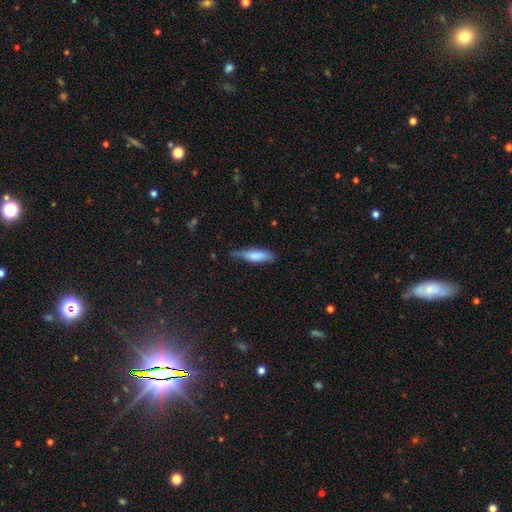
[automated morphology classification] smooth-or-featured: smooth: 76% | featured or disk: 18% | star or artifact: 6%
  how-rounded: cigar-shaped: 62% | in between: 37% | round: 2%
  merging: none: 59% | minor disturbance: 33% | major disturbance: 6% | merger: 2%